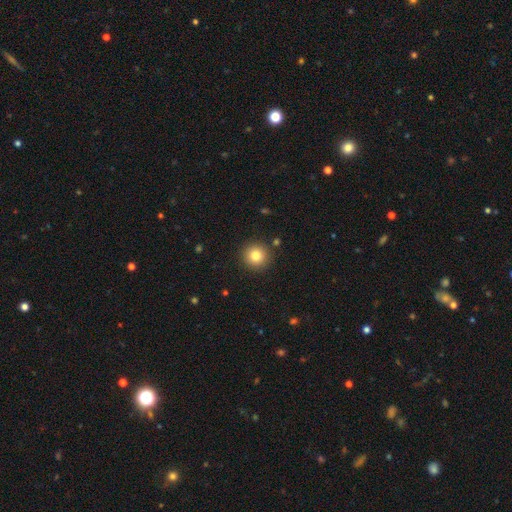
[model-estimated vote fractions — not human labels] smooth 81%, star or artifact 11%, featured or disk 8%. Down the decision tree: how rounded — round (95%); merging — none (90%).